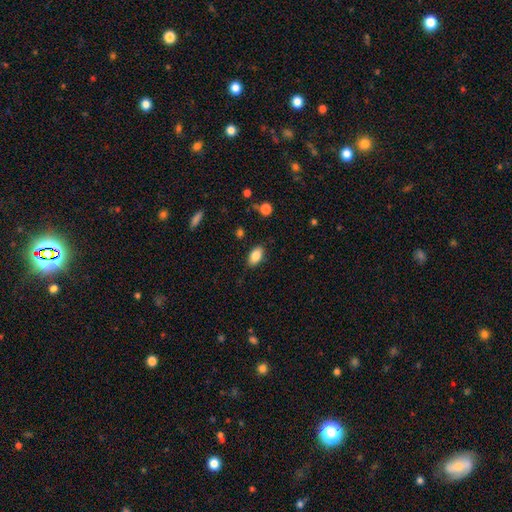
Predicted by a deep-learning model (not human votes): Smooth or featured? Predicted: smooth (p=0.86). How rounded? Predicted: in between (p=0.92). Merging? Predicted: none (p=0.85).